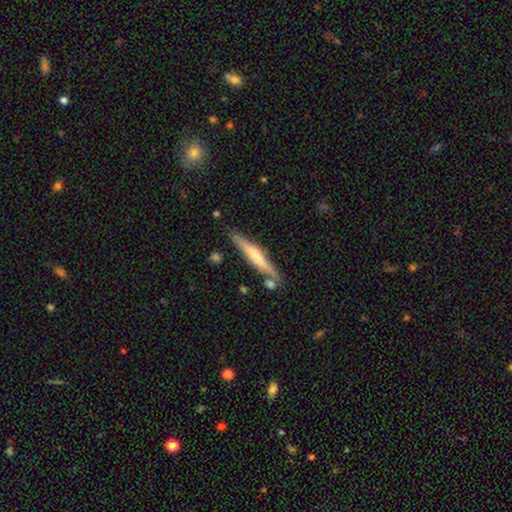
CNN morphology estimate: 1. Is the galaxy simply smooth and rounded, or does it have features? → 56% featured or disk, 38% smooth, 6% star or artifact.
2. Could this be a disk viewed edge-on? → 96% yes, 4% no.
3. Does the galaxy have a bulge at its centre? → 68% rounded, 18% none, 13% boxy.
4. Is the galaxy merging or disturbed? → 79% none, 12% minor disturbance, 7% merger, 3% major disturbance.